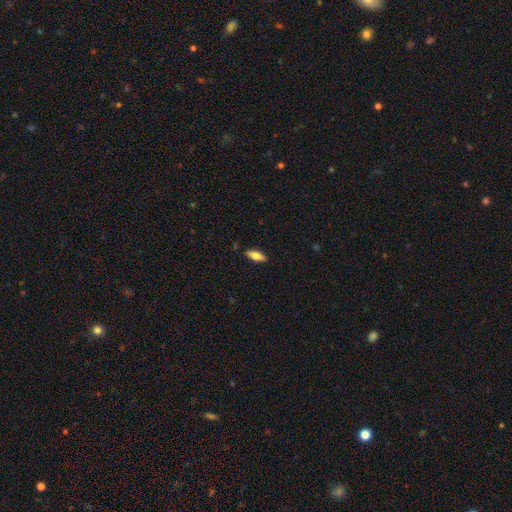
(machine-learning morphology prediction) Overall: smooth (72%). How rounded: in between (70%). Merging: none (88%).